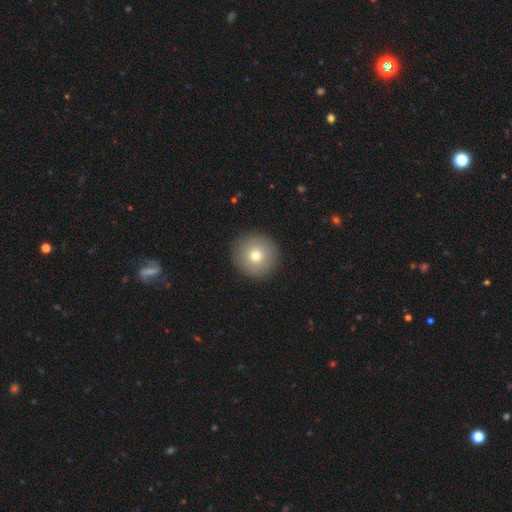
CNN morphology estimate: A smooth galaxy with no disk features (75%) that is round (95%). Merging: none (91%).